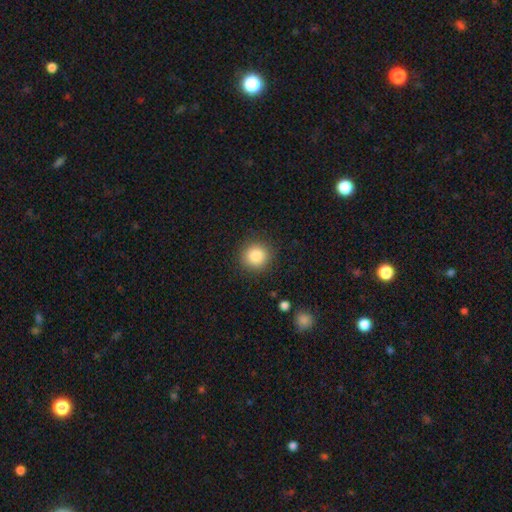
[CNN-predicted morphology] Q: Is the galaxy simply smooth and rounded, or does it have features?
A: smooth — 85%.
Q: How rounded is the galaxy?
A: round — 92%.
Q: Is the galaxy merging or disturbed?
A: none — 89%.